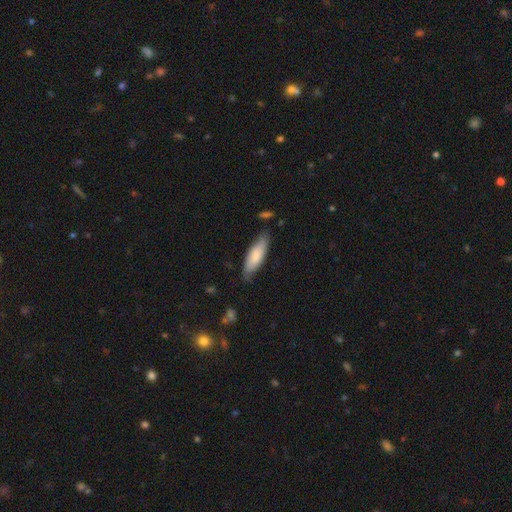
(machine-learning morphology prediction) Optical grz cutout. It shows a smooth galaxy with no disk features (76%) that is in between round and cigar-shaped (53%). Merging: none (72%).